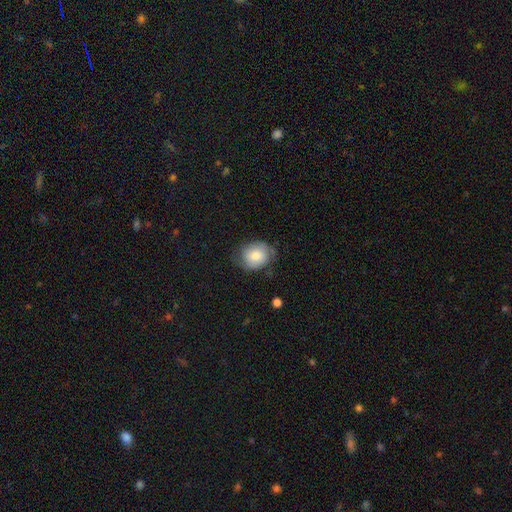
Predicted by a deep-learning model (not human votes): Smooth or featured? smooth (72%)
How rounded? round (59%)
Merging? none (63%)